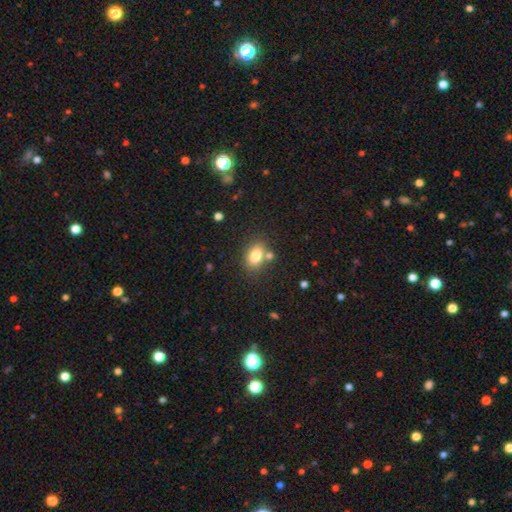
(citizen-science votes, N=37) A smooth galaxy with no disk features (86%) that is in between round and cigar-shaped (81%).

Vote fractions:
- Smooth or featured? smooth: 86% / featured or disk: 8% / star or artifact: 5%
- How rounded? in between: 81% / round: 16% / cigar-shaped: 3%
- Merging? none: 46% / merger: 43% / minor disturbance: 9% / major disturbance: 3%